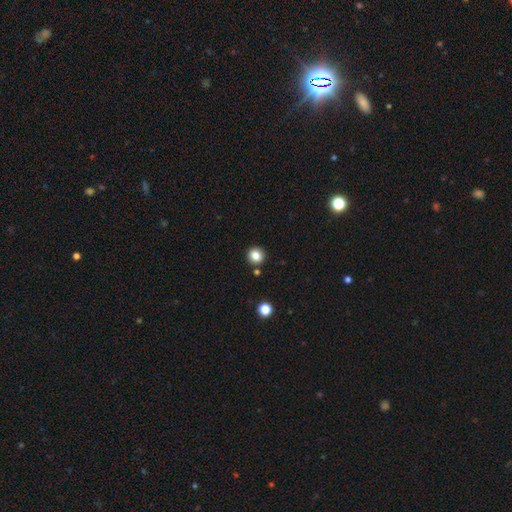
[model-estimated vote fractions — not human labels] The model was most divided on "smooth or featured": smooth: 82%, star or artifact: 12%, featured or disk: 6%. More confident: how rounded — round (93%); merging — none (89%).